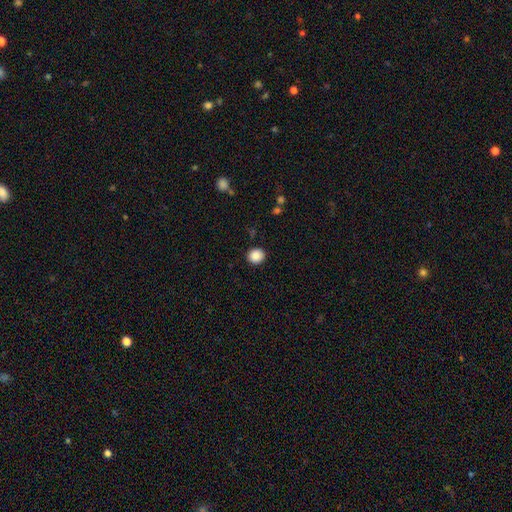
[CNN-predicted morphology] Smooth or featured? smooth (88%)
How rounded? round (86%)
Merging? none (90%)